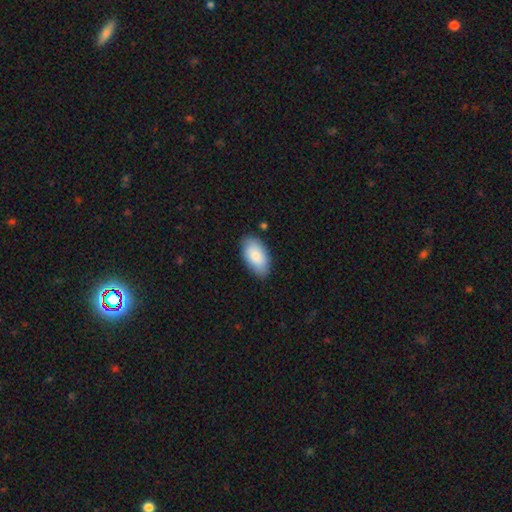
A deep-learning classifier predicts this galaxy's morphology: smooth-or-featured: smooth: 86% | featured or disk: 8% | star or artifact: 5%
  how-rounded: in between: 95% | round: 3% | cigar-shaped: 2%
  merging: none: 83% | minor disturbance: 13% | major disturbance: 3% | merger: 1%